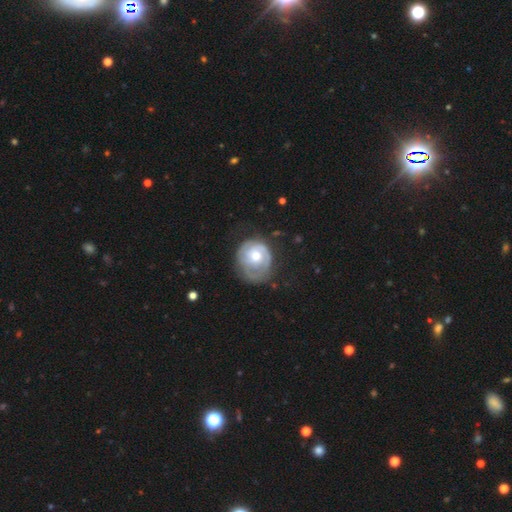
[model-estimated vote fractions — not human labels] This appears to be a featured or disk galaxy (66%) with no bar (73%), spiral arms (78%) and a moderate central bulge (68%). Merging: none (52%).